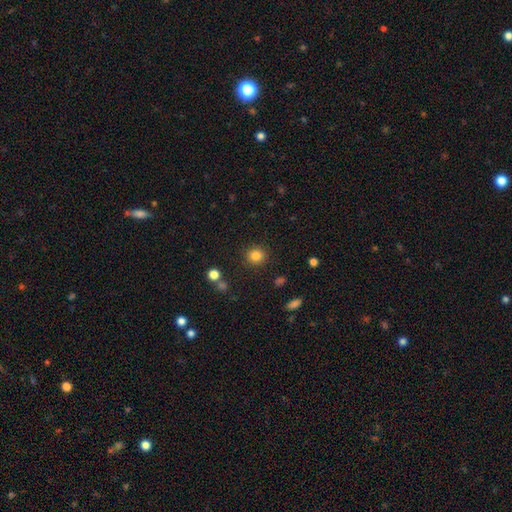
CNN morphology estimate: Q: Smooth or featured?
A: smooth (83%); runner-up: star or artifact (12%)
Q: How rounded?
A: round (88%); runner-up: in between (11%)
Q: Merging?
A: none (88%); runner-up: minor disturbance (7%)